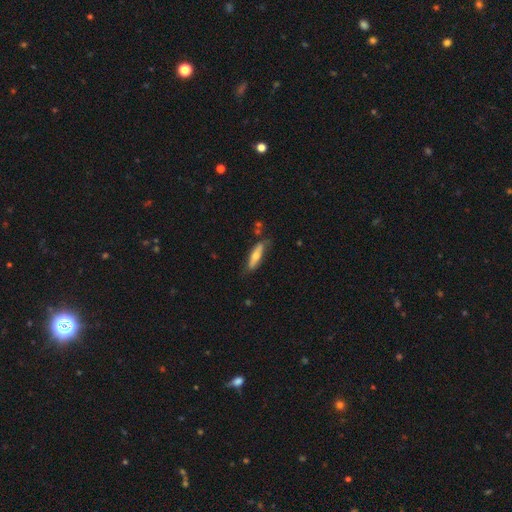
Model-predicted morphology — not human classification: This is possibly a smooth galaxy (54%). How rounded: likely cigar-shaped (72%). Merging: likely none (71%).